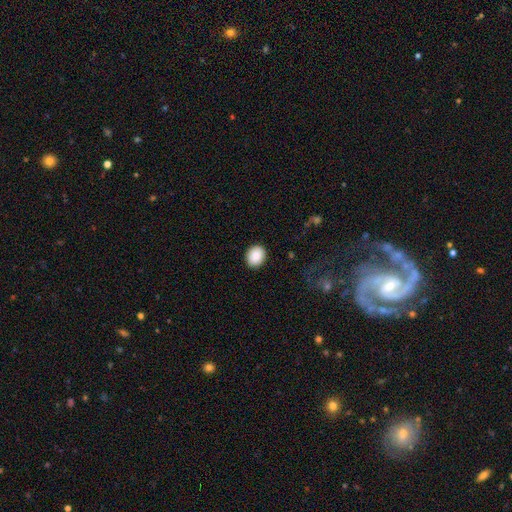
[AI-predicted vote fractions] Q: Smooth or featured?
A: smooth (89%); runner-up: star or artifact (7%)
Q: How rounded?
A: round (56%); runner-up: in between (43%)
Q: Merging?
A: none (89%); runner-up: minor disturbance (8%)